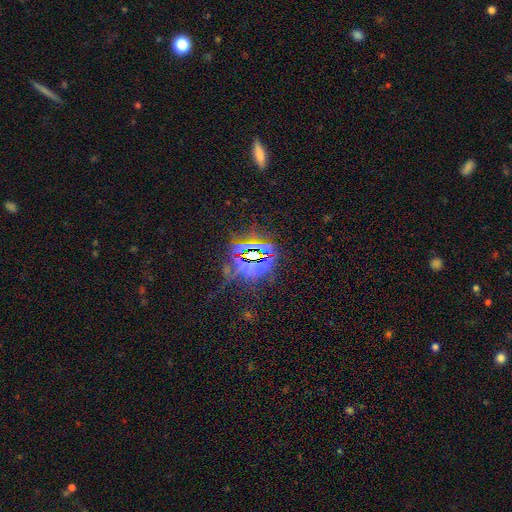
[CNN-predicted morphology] Q: Smooth or featured?
A: star or artifact (82%); runner-up: smooth (9%)